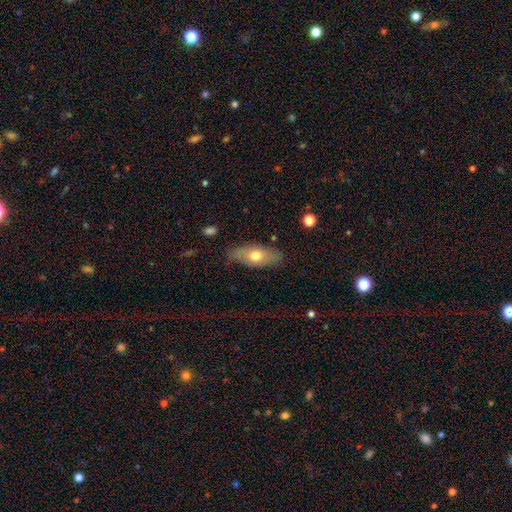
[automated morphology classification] Smooth or featured?
  - smooth: 61% *
  - featured or disk: 33%
  - star or artifact: 6%
How rounded?
  - in between: 82% *
  - cigar-shaped: 14%
  - round: 4%
Merging?
  - none: 73% *
  - minor disturbance: 20%
  - major disturbance: 4%
  - merger: 2%